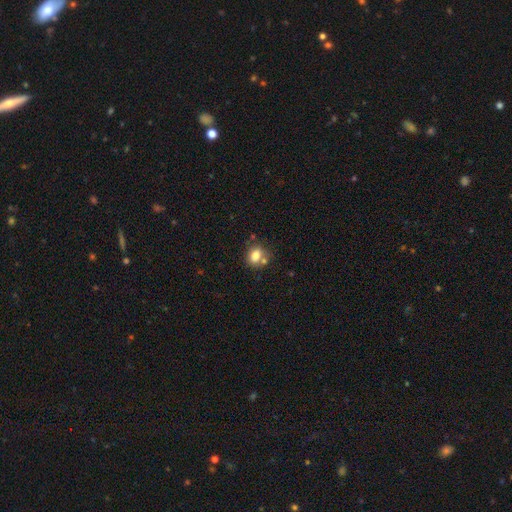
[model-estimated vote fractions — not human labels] Morphology: type=smooth (79%); roundness=in between (51%); merging=none (57%).